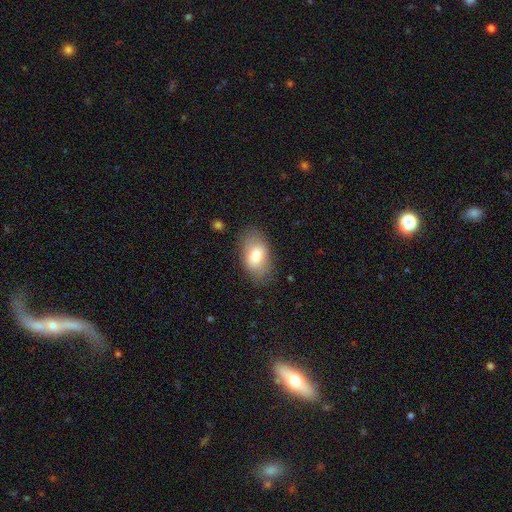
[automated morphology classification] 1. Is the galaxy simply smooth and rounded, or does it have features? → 78% smooth, 15% featured or disk, 7% star or artifact.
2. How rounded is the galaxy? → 92% in between, 6% round, 2% cigar-shaped.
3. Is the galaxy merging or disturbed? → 79% none, 15% minor disturbance, 5% major disturbance, 1% merger.